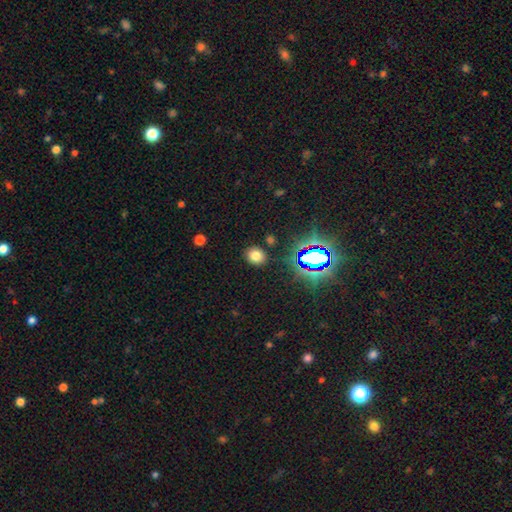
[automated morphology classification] Smooth or featured? smooth (73%)
How rounded? round (66%)
Merging? none (87%)